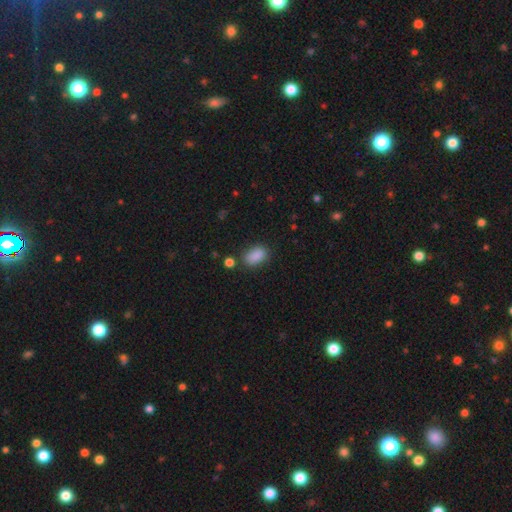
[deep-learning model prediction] A smooth galaxy with no disk features (87%) that is in between round and cigar-shaped (89%).

Vote fractions:
- Smooth or featured? smooth: 87% / star or artifact: 9% / featured or disk: 4%
- How rounded? in between: 89% / round: 9% / cigar-shaped: 2%
- Merging? none: 76% / minor disturbance: 15% / merger: 5% / major disturbance: 4%